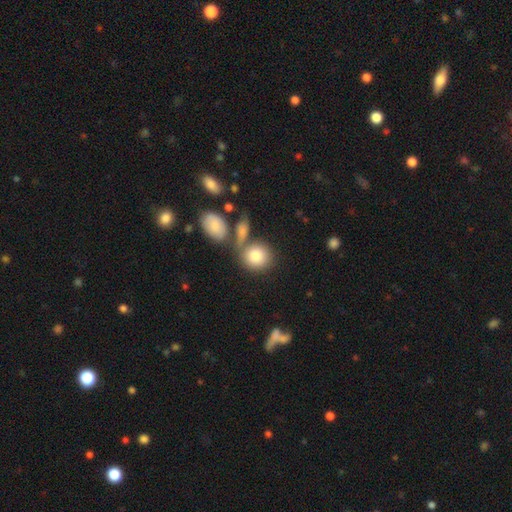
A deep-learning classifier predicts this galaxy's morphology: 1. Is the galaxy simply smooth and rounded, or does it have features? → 82% smooth, 11% featured or disk, 8% star or artifact.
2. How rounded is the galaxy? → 76% round, 23% in between, 2% cigar-shaped.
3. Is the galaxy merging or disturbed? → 56% none, 27% merger, 12% minor disturbance, 5% major disturbance.